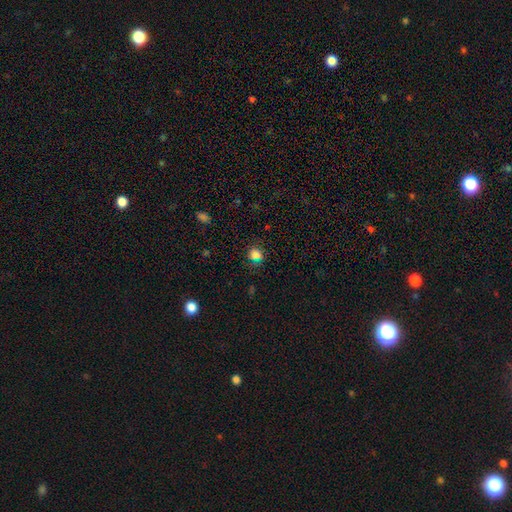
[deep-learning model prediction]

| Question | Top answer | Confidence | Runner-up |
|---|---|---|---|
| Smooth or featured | smooth | 73% | star or artifact (22%) |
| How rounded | round | 74% | in between (24%) |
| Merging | none | 79% | minor disturbance (14%) |